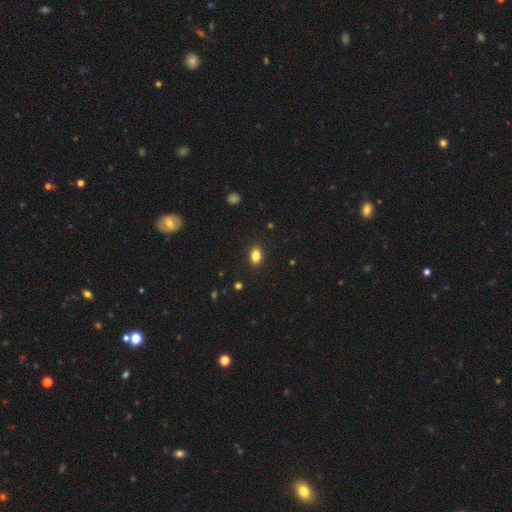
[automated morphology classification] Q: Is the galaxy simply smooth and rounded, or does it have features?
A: smooth — 84%.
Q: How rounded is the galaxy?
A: in between — 82%.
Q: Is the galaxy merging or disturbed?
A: none — 89%.